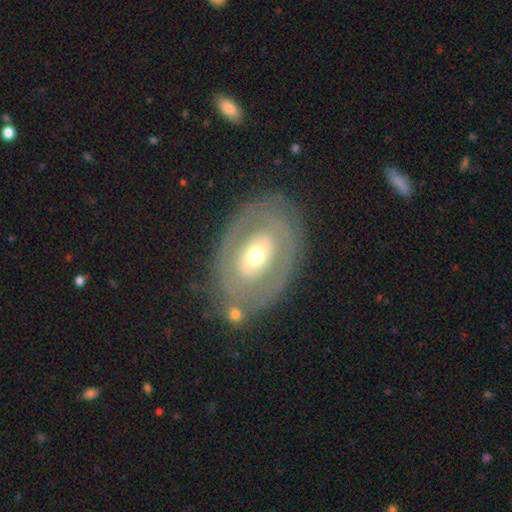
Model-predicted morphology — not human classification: featured or disk 62%, smooth 32%, star or artifact 6%. Down the decision tree: edge-on disk — no (92%); bar — no (72%); spiral arms — no (78%); bulge size — moderate (65%); merging — none (74%).